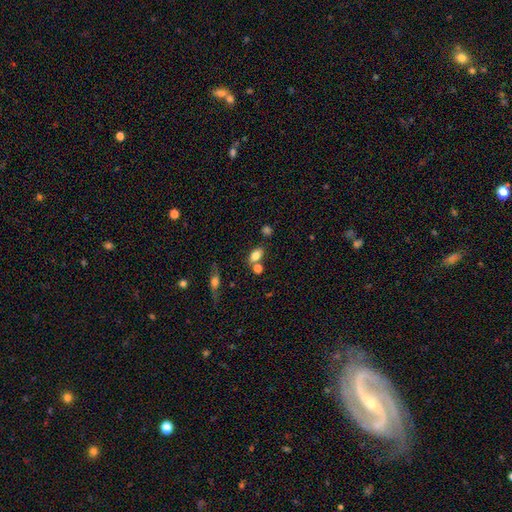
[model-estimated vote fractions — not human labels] Overall: smooth (79%). How rounded: in between (84%). Merging: none (65%).